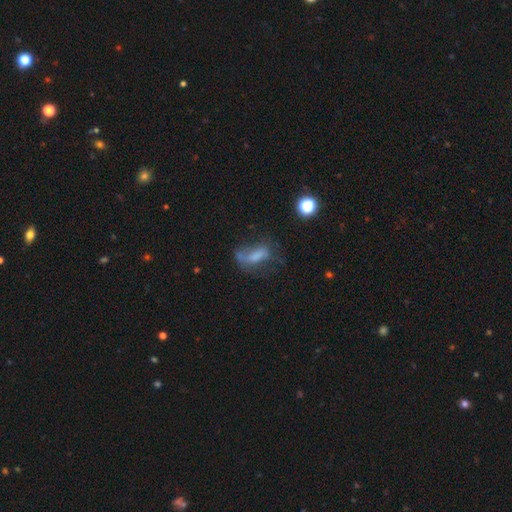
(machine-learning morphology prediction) Q: Smooth or featured?
A: smooth (50%); runner-up: featured or disk (35%)
Q: Merging?
A: major disturbance (36%); runner-up: none (33%)